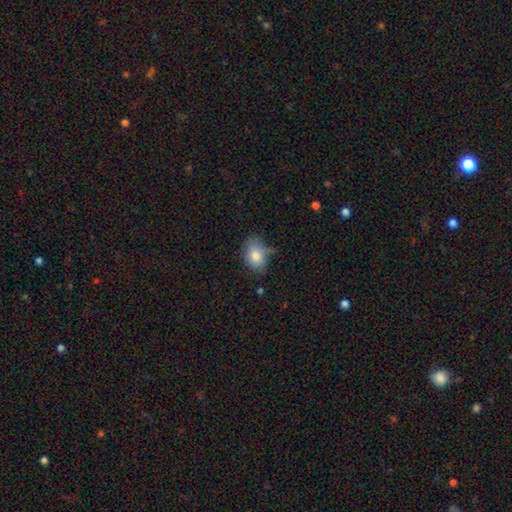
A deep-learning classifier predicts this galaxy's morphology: A smooth galaxy with no disk features (81%) that is in between round and cigar-shaped (65%). Merging: none (55%).